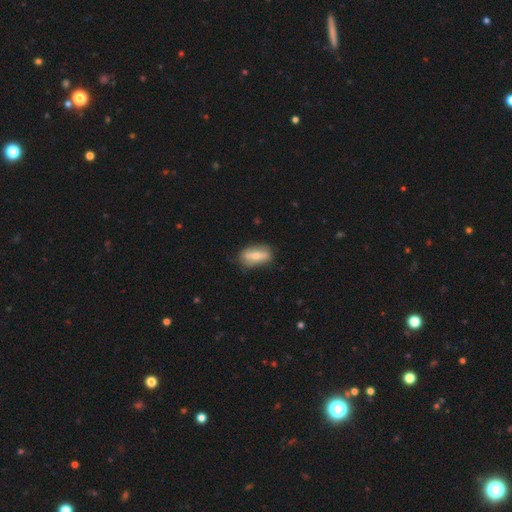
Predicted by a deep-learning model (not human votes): The model was most divided on "smooth or featured": smooth: 52%, featured or disk: 42%, star or artifact: 7%. More confident: how rounded — in between (82%); merging — none (73%).